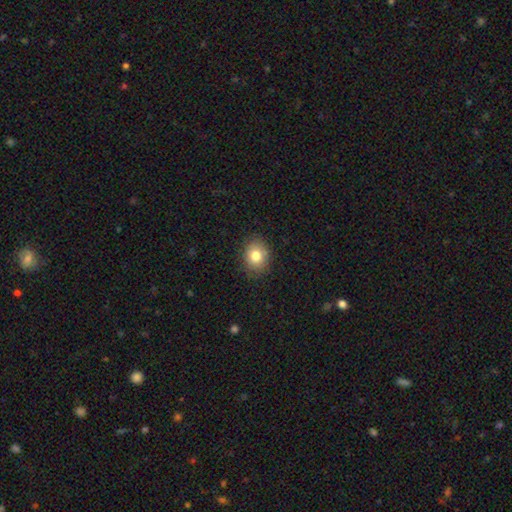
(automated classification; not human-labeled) Smooth or featured? smooth (80%)
How rounded? round (52%)
Merging? none (85%)